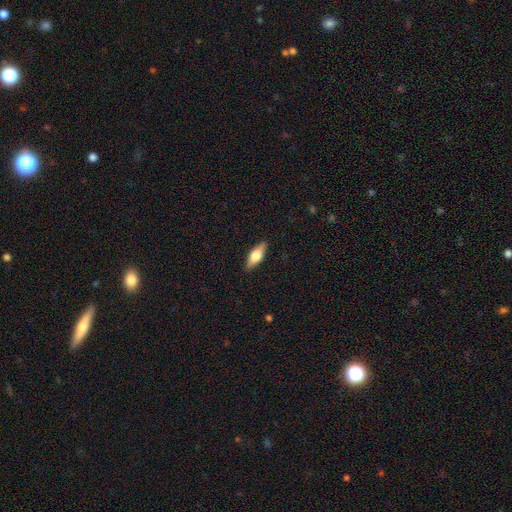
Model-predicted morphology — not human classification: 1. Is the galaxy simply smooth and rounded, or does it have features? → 57% smooth, 37% featured or disk, 6% star or artifact.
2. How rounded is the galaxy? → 65% in between, 31% cigar-shaped, 3% round.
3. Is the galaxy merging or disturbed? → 88% none, 9% minor disturbance, 2% major disturbance, 1% merger.